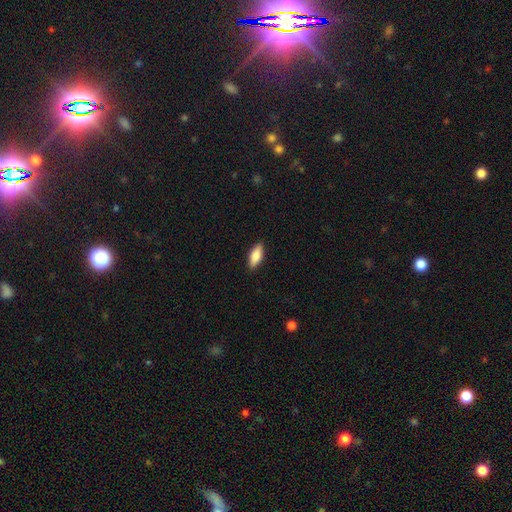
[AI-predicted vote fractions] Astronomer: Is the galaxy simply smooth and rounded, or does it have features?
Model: smooth — 78%.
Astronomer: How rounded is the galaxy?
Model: in between — 75%.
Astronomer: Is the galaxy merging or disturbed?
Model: none — 88%.